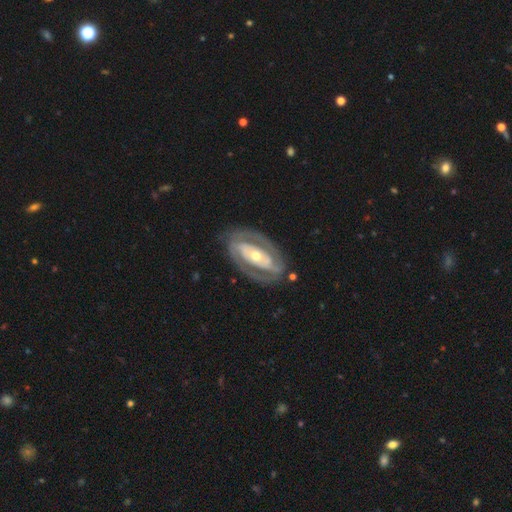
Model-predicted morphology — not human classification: Q: Smooth or featured?
A: featured or disk (83%); runner-up: smooth (13%)
Q: Edge-on disk?
A: no (94%); runner-up: yes (6%)
Q: Bar?
A: no (43%); runner-up: strong (36%)
Q: Spiral arms?
A: yes (76%); runner-up: no (24%)
Q: Spiral winding?
A: tight (56%); runner-up: medium (33%)
Q: Spiral arm count?
A: 2 (80%); runner-up: can't tell (11%)
Q: Bulge size?
A: moderate (55%); runner-up: small (37%)
Q: Merging?
A: none (80%); runner-up: minor disturbance (12%)